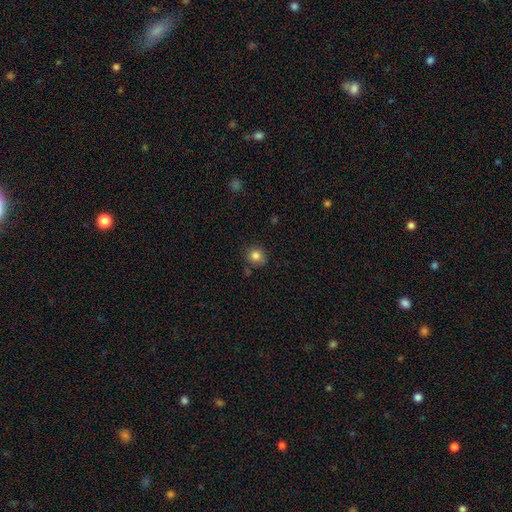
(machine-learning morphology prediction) Smooth or featured? Predicted: smooth (p=0.83). How rounded? Predicted: round (p=0.87). Merging? Predicted: none (p=0.82).